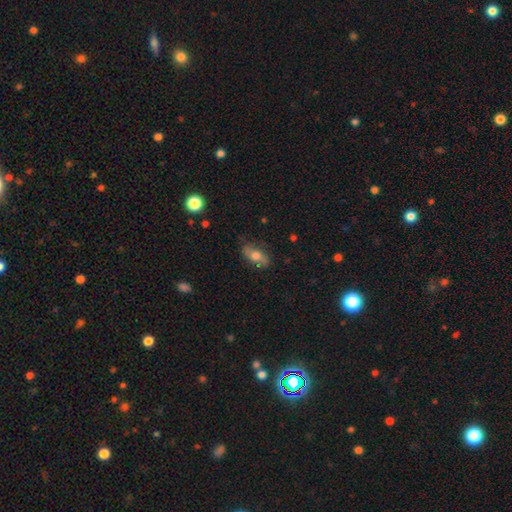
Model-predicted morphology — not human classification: smooth 59%, featured or disk 33%, star or artifact 8%. Down the decision tree: how rounded — in between (83%); merging — none (75%).